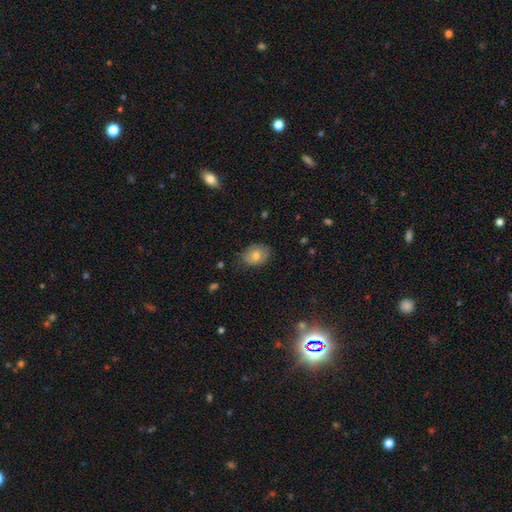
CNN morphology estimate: smooth_or_featured: smooth (p=0.69) [alt: featured or disk p=0.20]
how_rounded: in between (p=0.68) [alt: round p=0.31]
merging: none (p=0.77) [alt: minor disturbance p=0.18]